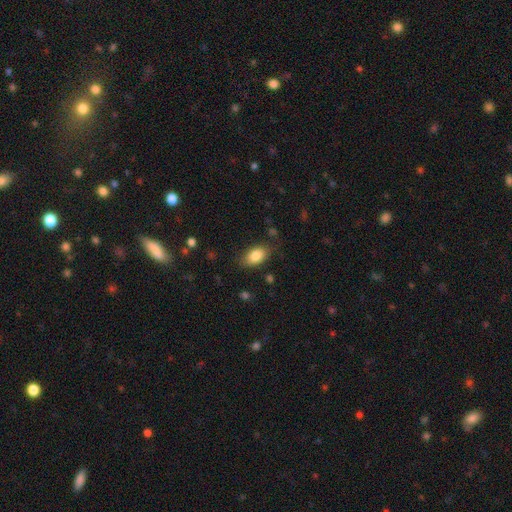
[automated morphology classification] This appears to be a smooth galaxy with no disk features (85%) that is in between round and cigar-shaped (91%). Merging: none (80%).